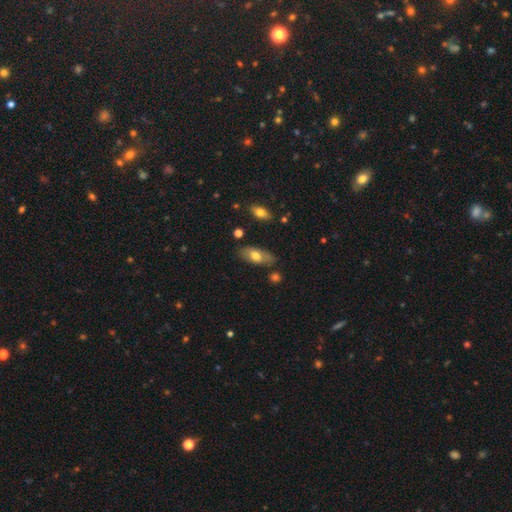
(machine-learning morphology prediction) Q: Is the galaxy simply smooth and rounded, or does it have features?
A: smooth — 66%.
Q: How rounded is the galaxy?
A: in between — 86%.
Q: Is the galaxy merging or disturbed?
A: none — 73%.